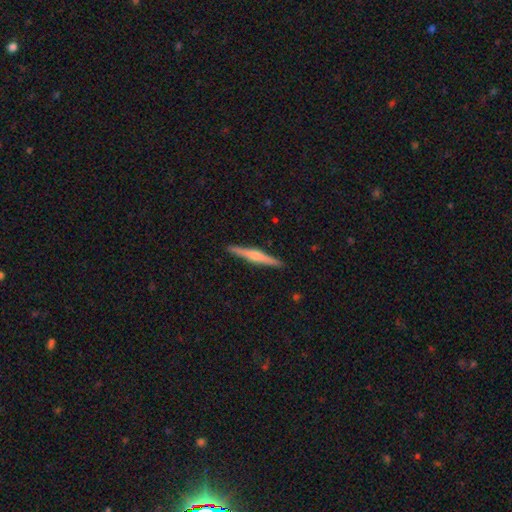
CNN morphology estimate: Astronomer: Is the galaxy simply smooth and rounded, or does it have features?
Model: featured or disk — 64%.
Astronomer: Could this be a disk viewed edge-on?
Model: yes — 98%.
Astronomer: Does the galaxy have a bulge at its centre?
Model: rounded — 74%.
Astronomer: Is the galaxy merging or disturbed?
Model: none — 92%.